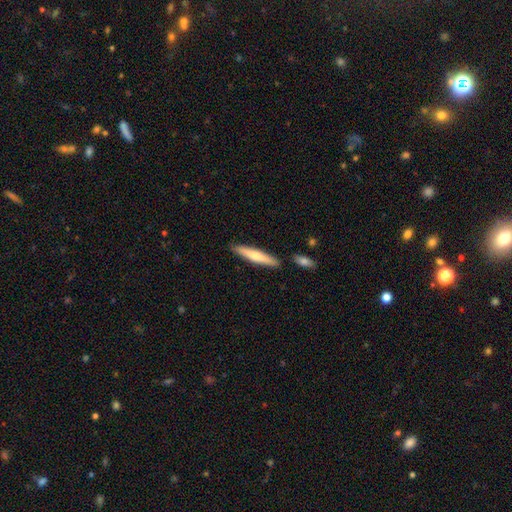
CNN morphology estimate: This appears to be a smooth galaxy with no disk features (58%) that is cigar-shaped (90%). Merging: none (86%).